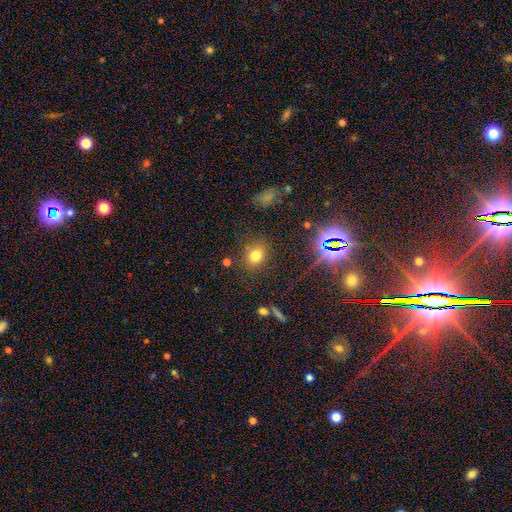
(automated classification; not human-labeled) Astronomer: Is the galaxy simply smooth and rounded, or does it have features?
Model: smooth — 72%.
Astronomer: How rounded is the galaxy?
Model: round — 64%.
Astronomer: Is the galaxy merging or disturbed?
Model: none — 82%.